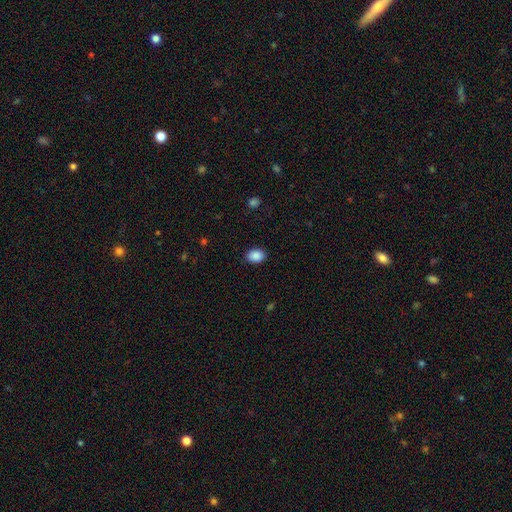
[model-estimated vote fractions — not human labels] Overall: smooth (89%). How rounded: in between (73%). Merging: none (89%).